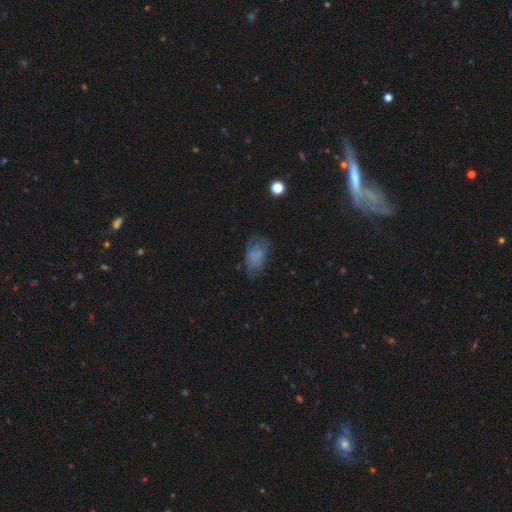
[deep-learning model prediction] Smooth or featured: smooth — 66% (featured or disk — 21%)
How rounded: in between — 88% (round — 11%)
Merging: none — 55% (minor disturbance — 26%)